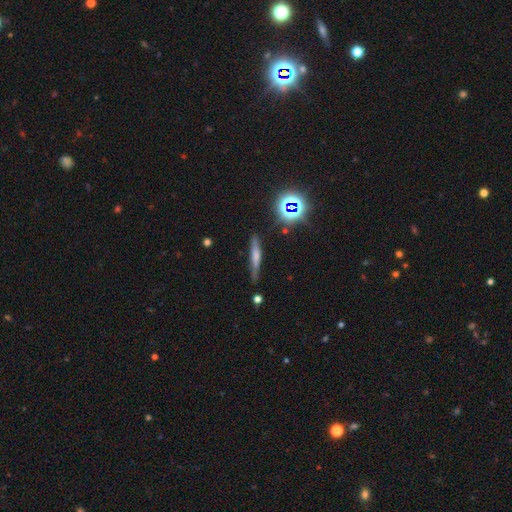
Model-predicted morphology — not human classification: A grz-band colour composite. It shows a smooth galaxy with no disk features (50%) that is cigar-shaped (89%). Merging: none (77%).